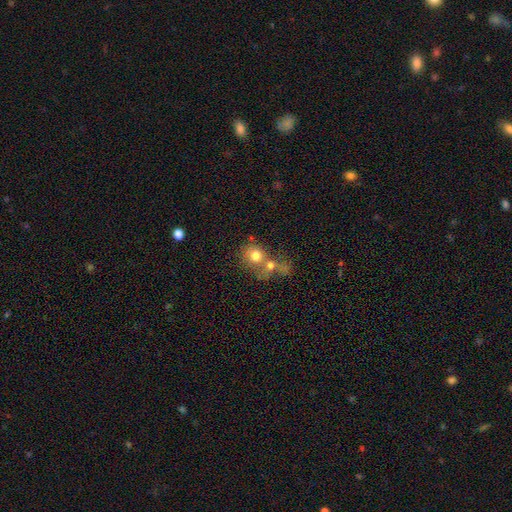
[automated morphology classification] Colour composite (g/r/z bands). It shows a smooth galaxy with no disk features (71%) that is round (75%). Merging: merger (57%).